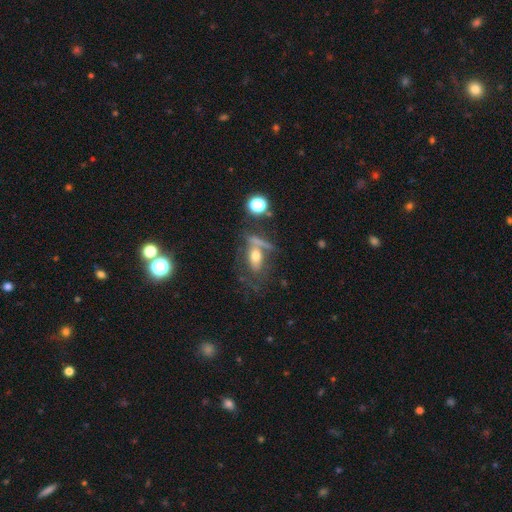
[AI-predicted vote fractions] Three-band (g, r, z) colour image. It shows a smooth galaxy with no disk features (45%). Merging: none (37%).